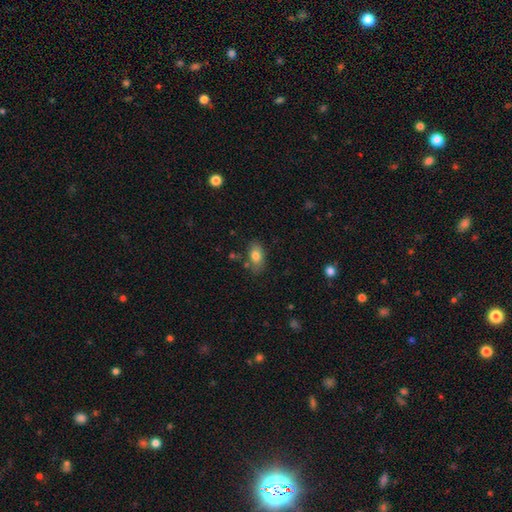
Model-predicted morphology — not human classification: A smooth galaxy with no disk features (79%) that is in between round and cigar-shaped (88%). Merging: none (73%).